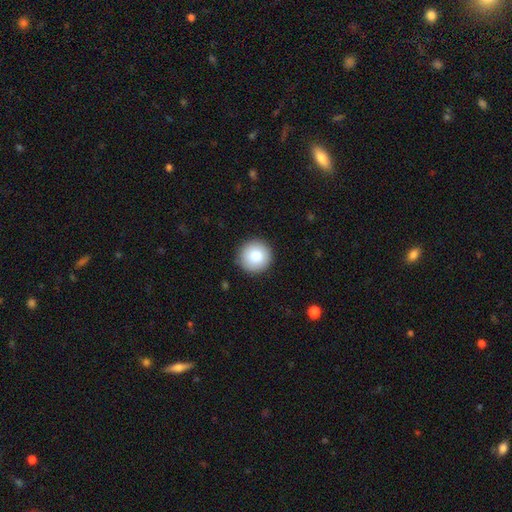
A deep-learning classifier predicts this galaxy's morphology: smooth_or_featured: smooth (p=0.80) [alt: featured or disk p=0.12]
how_rounded: round (p=0.96) [alt: in between p=0.03]
merging: none (p=0.92) [alt: minor disturbance p=0.05]